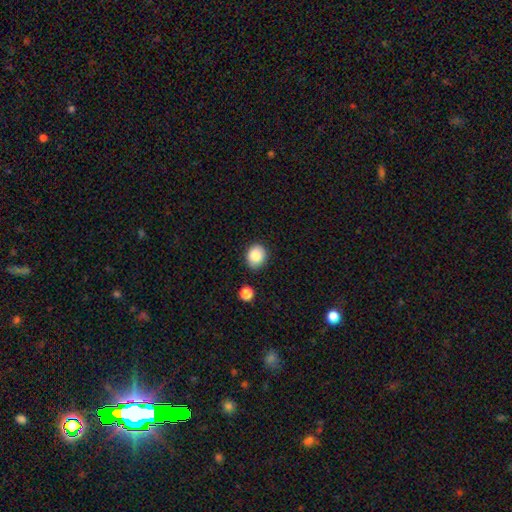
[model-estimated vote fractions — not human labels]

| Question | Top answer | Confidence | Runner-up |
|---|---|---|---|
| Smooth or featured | smooth | 86% | star or artifact (9%) |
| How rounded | round | 63% | in between (36%) |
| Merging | none | 84% | minor disturbance (11%) |